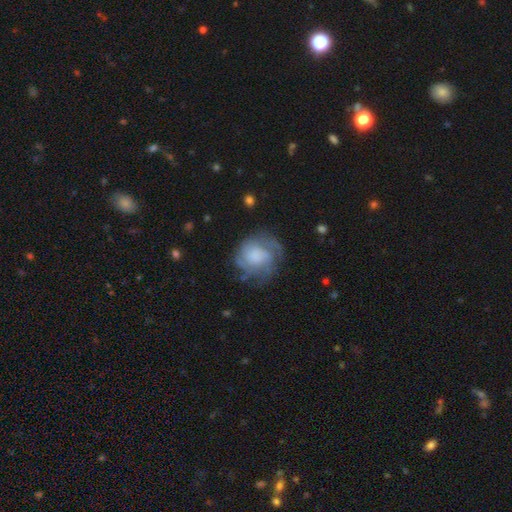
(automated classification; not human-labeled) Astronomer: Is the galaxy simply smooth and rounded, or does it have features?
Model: featured or disk — 58% (runner-up: smooth, 34%).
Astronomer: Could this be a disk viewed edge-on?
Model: no — 98%.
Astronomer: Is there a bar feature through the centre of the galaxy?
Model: no — 76%.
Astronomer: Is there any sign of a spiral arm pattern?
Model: yes — 81%.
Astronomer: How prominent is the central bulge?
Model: large — 30% (runner-up: none, 27%).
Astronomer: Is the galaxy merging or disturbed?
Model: none — 60%.